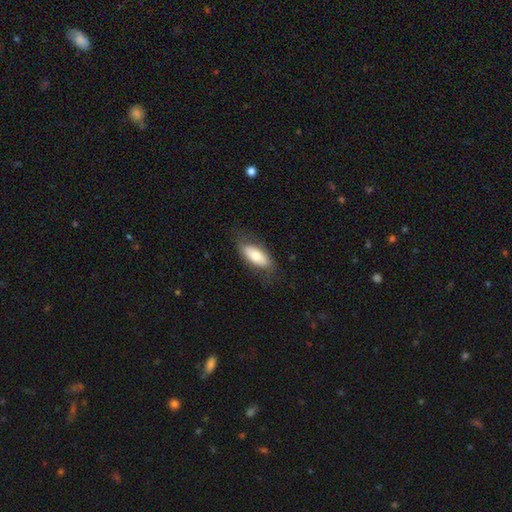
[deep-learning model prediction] This is likely a smooth galaxy (70%). How rounded: likely in between (80%). Merging: likely none (74%).